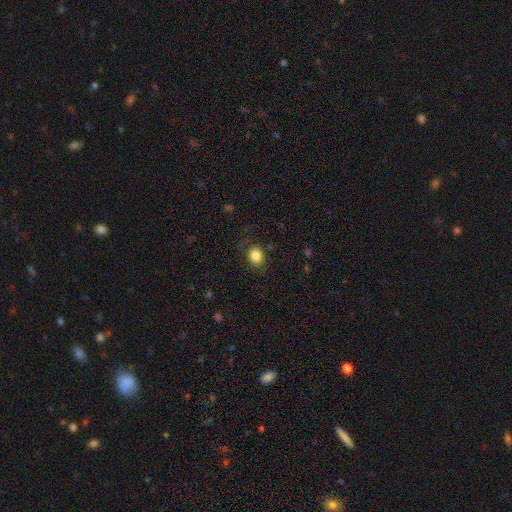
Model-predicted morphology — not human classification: This is clearly a smooth galaxy (85%). How rounded: possibly in between (50%). Merging: clearly none (82%).